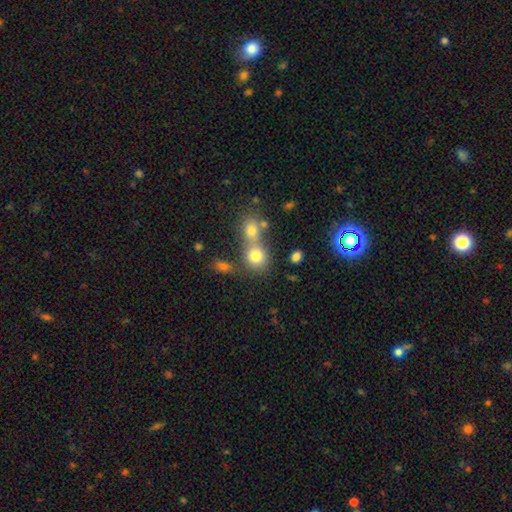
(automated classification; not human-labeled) Smooth or featured?
  - smooth: 77% *
  - star or artifact: 12%
  - featured or disk: 11%
How rounded?
  - round: 75% *
  - in between: 24%
  - cigar-shaped: 1%
Merging?
  - merger: 51% *
  - none: 38%
  - minor disturbance: 7%
  - major disturbance: 4%